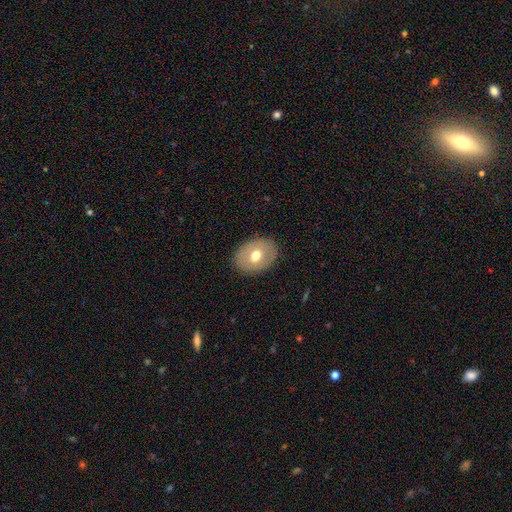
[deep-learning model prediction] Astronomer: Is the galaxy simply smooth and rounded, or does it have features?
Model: smooth — 63%.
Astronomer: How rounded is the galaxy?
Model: in between — 65%.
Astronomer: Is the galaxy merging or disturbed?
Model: none — 86%.